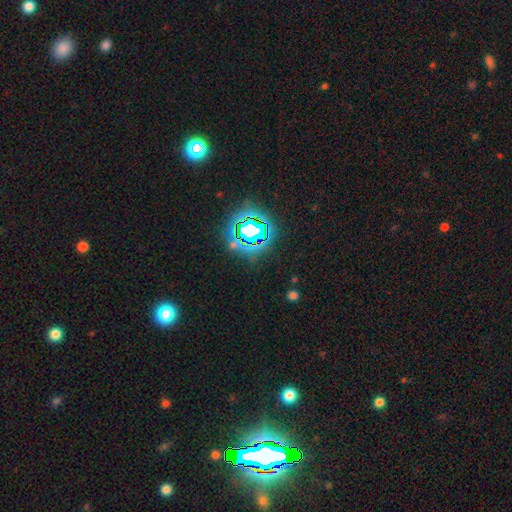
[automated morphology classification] Smooth or featured: star or artifact — 83% (smooth — 10%)